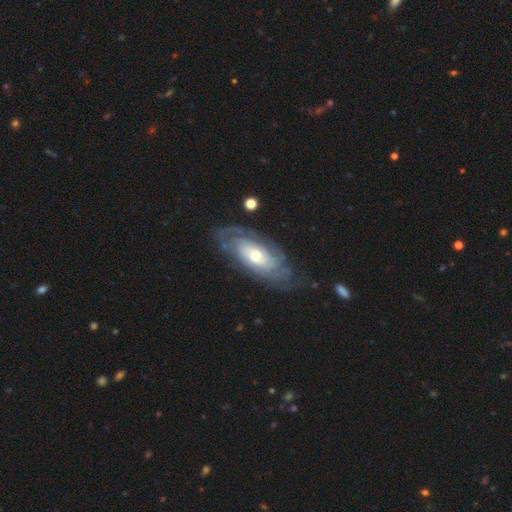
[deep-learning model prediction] Morphology: type=featured or disk (76%); edge-on=no (89%); bar=no (78%); spiral arms=yes (81%); winding=tight (70%); arm count=can't tell (58%); bulge=moderate (59%); merging=none (70%).